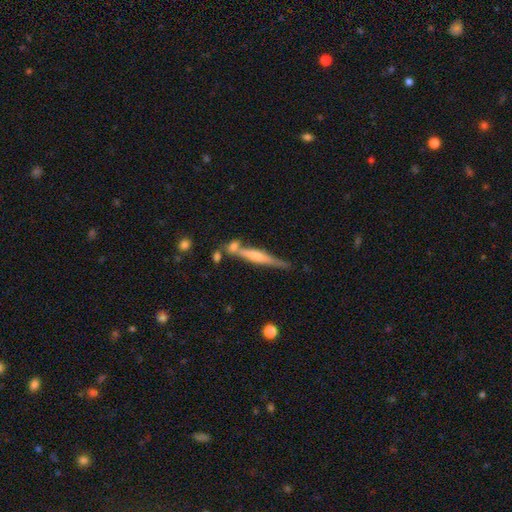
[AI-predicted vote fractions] The model was most divided on "smooth or featured": featured or disk: 53%, smooth: 40%, star or artifact: 7%. More confident: edge-on disk — yes (94%); merging — none (58%).